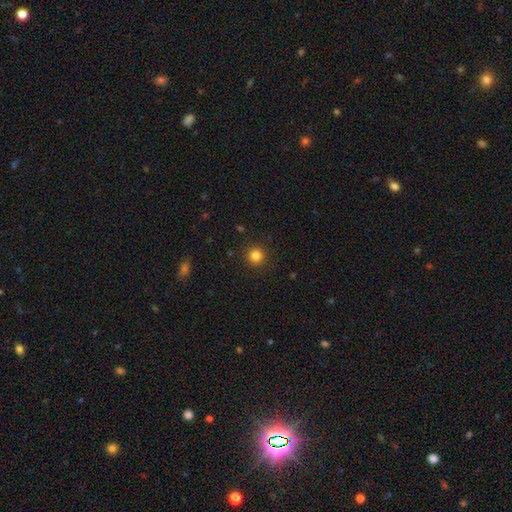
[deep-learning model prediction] Smooth or featured?
  - smooth: 83% *
  - star or artifact: 13%
  - featured or disk: 5%
How rounded?
  - round: 95% *
  - in between: 4%
  - cigar-shaped: 1%
Merging?
  - none: 92% *
  - minor disturbance: 5%
  - major disturbance: 2%
  - merger: 1%